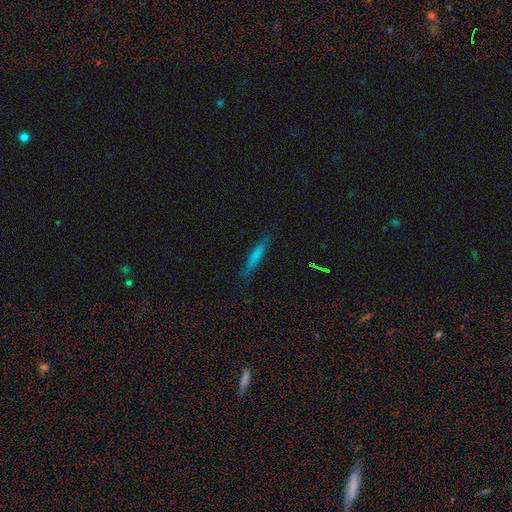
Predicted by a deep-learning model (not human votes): A smooth galaxy with no disk features (68%) that is cigar-shaped (93%). Merging: none (87%).